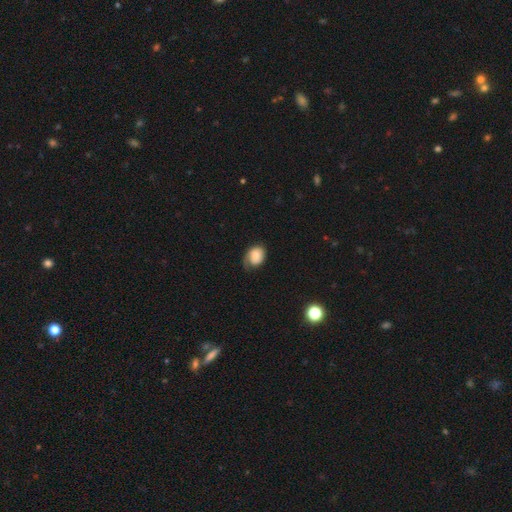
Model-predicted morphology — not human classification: A smooth galaxy with no disk features (60%) that is in between round and cigar-shaped (60%).

Vote fractions:
- Smooth or featured? smooth: 60% / featured or disk: 32% / star or artifact: 8%
- How rounded? in between: 60% / round: 39% / cigar-shaped: 1%
- Merging? none: 46% / minor disturbance: 33% / major disturbance: 19% / merger: 2%